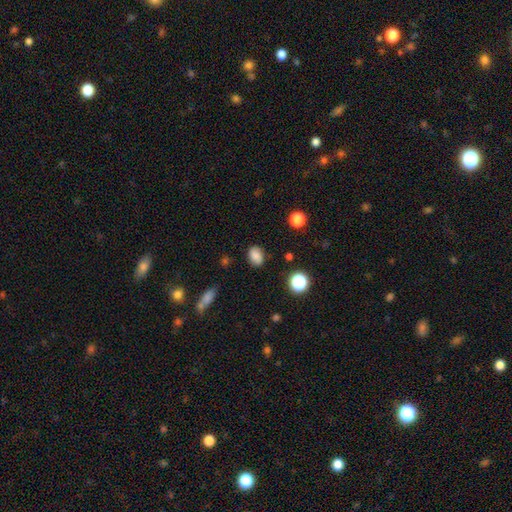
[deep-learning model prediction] The model was most divided on "how rounded": in between: 73%, round: 26%, cigar-shaped: 1%. More confident: smooth or featured — smooth (83%); merging — none (82%).